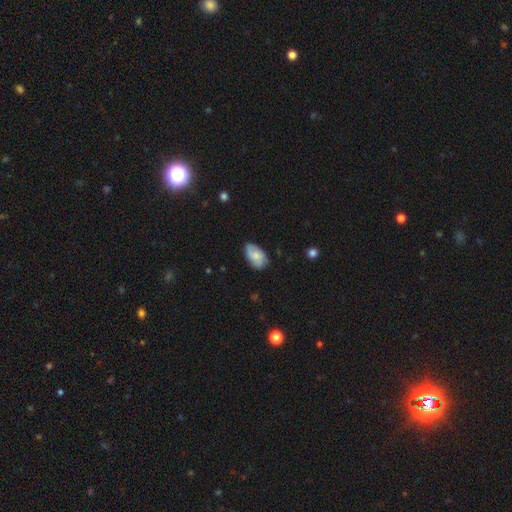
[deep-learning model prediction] Smooth or featured? Predicted: smooth (p=0.60). How rounded? Predicted: in between (p=0.92). Merging? Predicted: none (p=0.69).